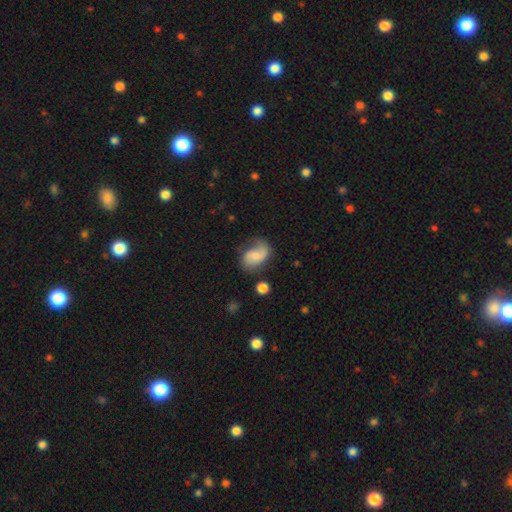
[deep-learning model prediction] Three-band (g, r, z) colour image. It shows a featured or disk galaxy (46%, tied with smooth). Merging: none (49%).